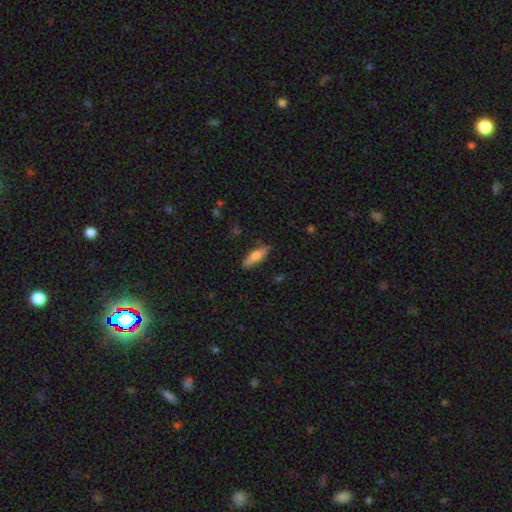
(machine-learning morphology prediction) Smooth or featured?
  - smooth: 67% *
  - featured or disk: 26%
  - star or artifact: 6%
How rounded?
  - cigar-shaped: 55% *
  - in between: 43%
  - round: 2%
Merging?
  - none: 83% *
  - minor disturbance: 13%
  - major disturbance: 3%
  - merger: 1%